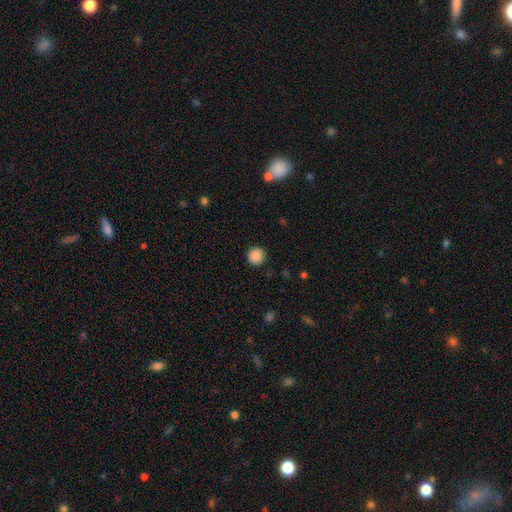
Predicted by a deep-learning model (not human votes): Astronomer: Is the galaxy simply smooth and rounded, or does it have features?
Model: smooth — 88%.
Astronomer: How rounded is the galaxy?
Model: round — 94%.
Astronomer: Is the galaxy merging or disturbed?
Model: none — 89%.